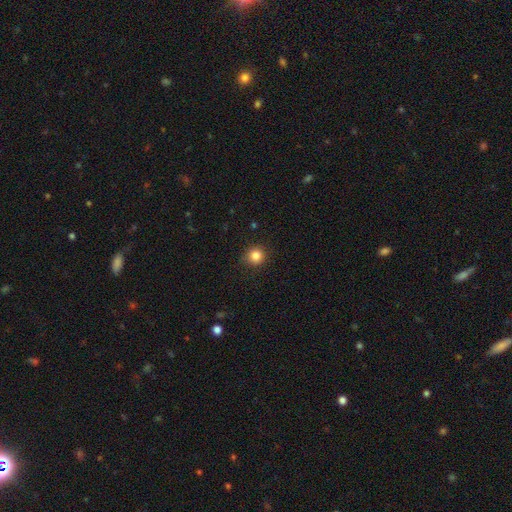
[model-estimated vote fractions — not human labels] smooth_or_featured: smooth (p=0.85) [alt: star or artifact p=0.11]
how_rounded: round (p=0.92) [alt: in between p=0.07]
merging: none (p=0.88) [alt: minor disturbance p=0.09]